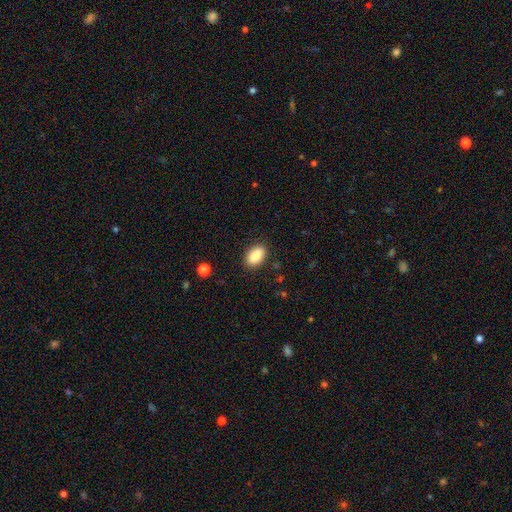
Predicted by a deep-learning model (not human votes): The model was most divided on "smooth or featured": smooth: 86%, star or artifact: 8%, featured or disk: 6%. More confident: how rounded — in between (90%); merging — none (88%).